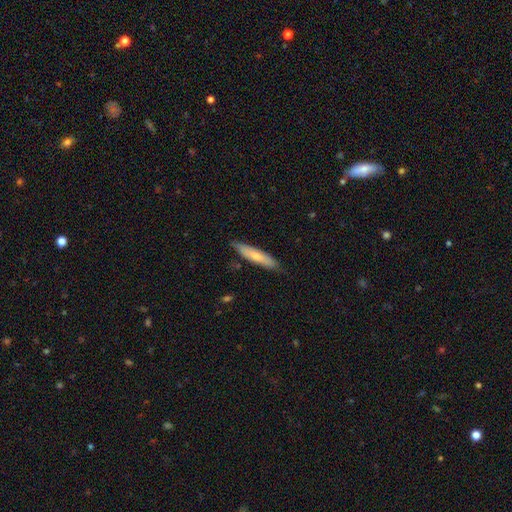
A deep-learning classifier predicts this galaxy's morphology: Smooth or featured: smooth — 62% (featured or disk — 32%)
How rounded: cigar-shaped — 84% (in between — 15%)
Merging: none — 80% (minor disturbance — 16%)